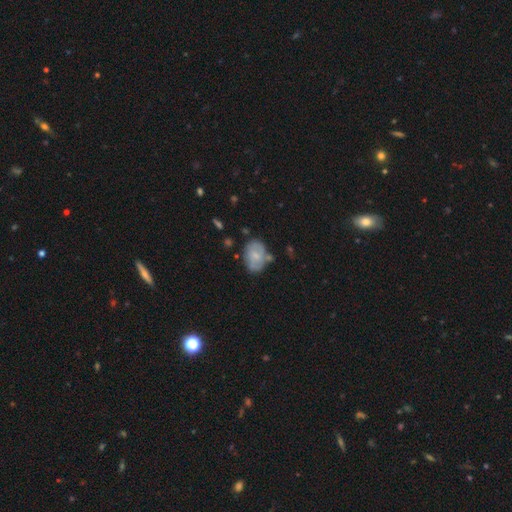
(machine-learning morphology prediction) Overall: smooth (55%; featured or disk 39%). How rounded: in between (73%). Merging: none (58%; minor disturbance 25%).